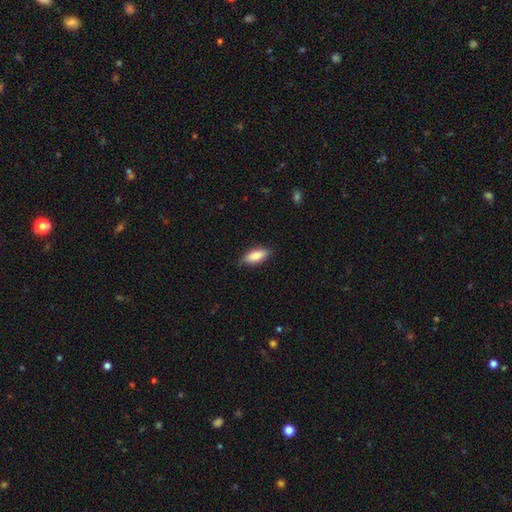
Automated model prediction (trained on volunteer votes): Smooth or featured: smooth — 84% (featured or disk — 10%)
How rounded: in between — 78% (cigar-shaped — 20%)
Merging: none — 85% (minor disturbance — 12%)